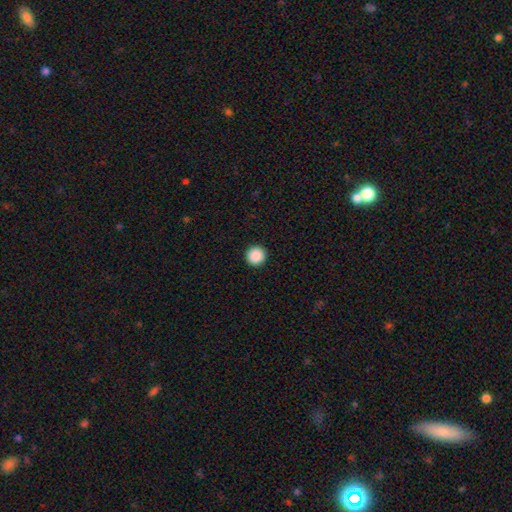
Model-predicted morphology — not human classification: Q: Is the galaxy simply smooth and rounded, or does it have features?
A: smooth — 89%.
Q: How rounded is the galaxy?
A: round — 96%.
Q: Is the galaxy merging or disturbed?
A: none — 94%.